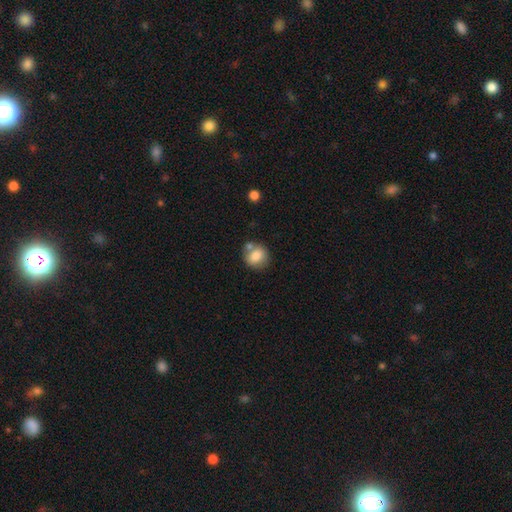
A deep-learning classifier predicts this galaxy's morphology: smooth_or_featured: smooth (p=0.79) [alt: featured or disk p=0.12]
how_rounded: round (p=0.83) [alt: in between p=0.16]
merging: none (p=0.66) [alt: merger p=0.18]